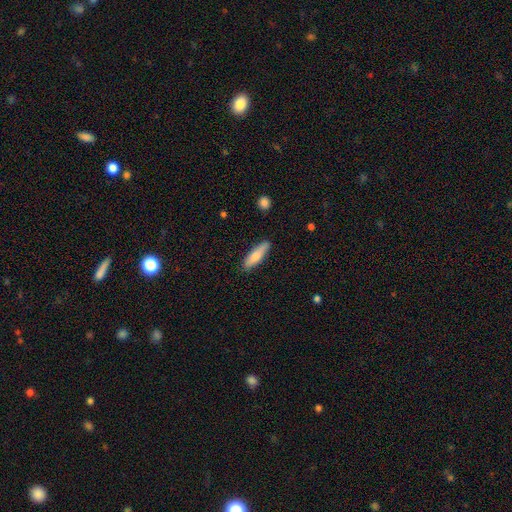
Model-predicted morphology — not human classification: Q: Smooth or featured?
A: smooth (75%); runner-up: featured or disk (19%)
Q: How rounded?
A: cigar-shaped (63%); runner-up: in between (35%)
Q: Merging?
A: none (85%); runner-up: minor disturbance (11%)